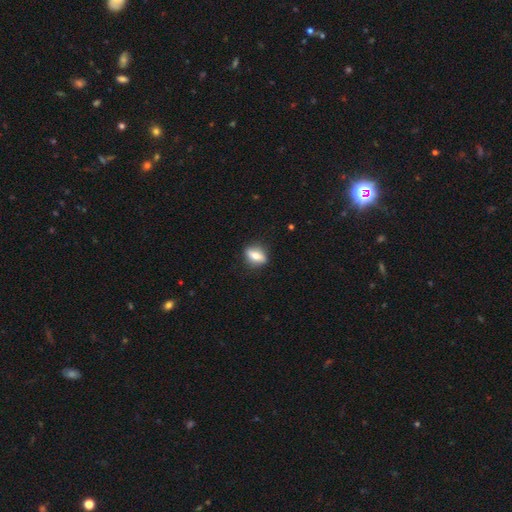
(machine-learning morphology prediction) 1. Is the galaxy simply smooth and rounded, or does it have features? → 58% smooth, 34% featured or disk, 8% star or artifact.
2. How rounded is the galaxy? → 61% in between, 24% round, 15% cigar-shaped.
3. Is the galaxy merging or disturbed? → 85% none, 11% minor disturbance, 3% major disturbance, 1% merger.